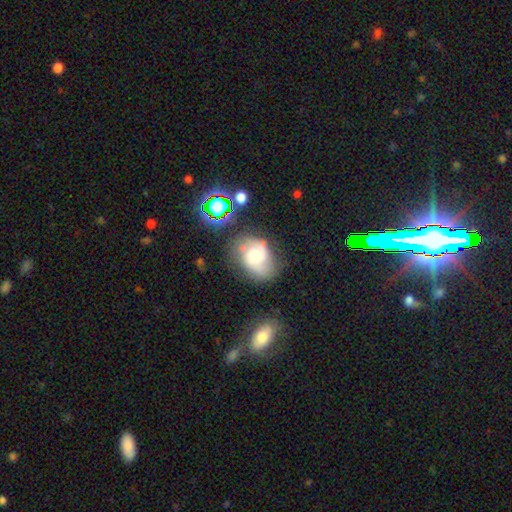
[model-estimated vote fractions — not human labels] A featured or disk galaxy (61%) with no bar (62%), 2 (69%) medium (48%) spiral arms (90%) and a moderate central bulge (38%).

Vote fractions:
- Smooth or featured? featured or disk: 61% / smooth: 28% / star or artifact: 11%
- Edge-on disk? no: 97% / yes: 3%
- Bar? no: 62% / weak: 32% / strong: 6%
- Spiral arms? yes: 90% / no: 10%
- Spiral winding? medium: 48% / loose: 29% / tight: 23%
- Spiral arm count? 2: 69% / can't tell: 14% / 3: 8% / 1: 5% / 4: 2% / more than 4: 2%
- Bulge size? moderate: 38% / small: 26% / large: 22% / none: 9% / dominant: 5%
- Merging? none: 55% / minor disturbance: 26% / major disturbance: 14% / merger: 6%